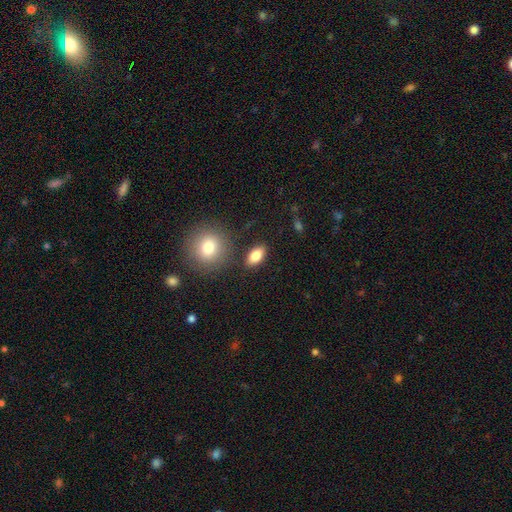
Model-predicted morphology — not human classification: smooth 82%, featured or disk 10%, star or artifact 8%. Down the decision tree: how rounded — in between (88%); merging — none (83%).